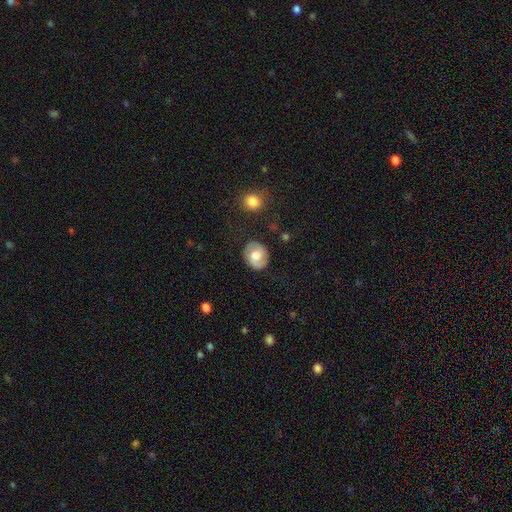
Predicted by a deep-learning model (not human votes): Smooth or featured? featured or disk (54%)
Edge-on disk? no (97%)
Bar? no (48%)
Spiral arms? yes (79%)
Bulge size? moderate (49%)
Merging? none (81%)